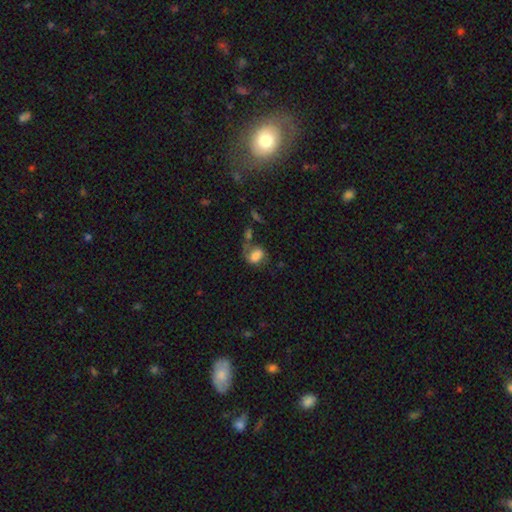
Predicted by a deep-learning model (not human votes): This is likely a smooth galaxy (71%). How rounded: likely in between (74%). Merging: marginally none (36%).